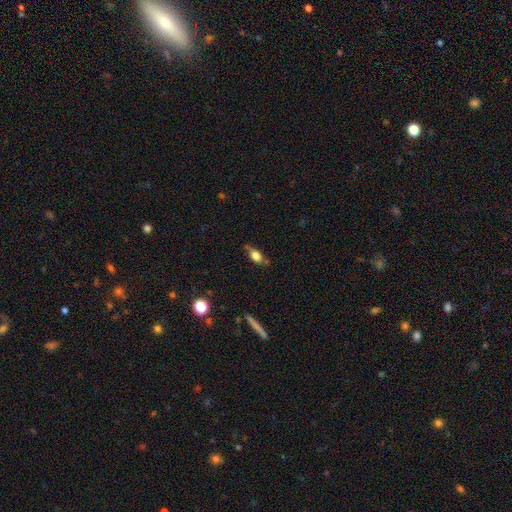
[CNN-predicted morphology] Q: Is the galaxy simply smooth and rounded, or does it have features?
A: smooth — 66%.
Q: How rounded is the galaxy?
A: in between — 74%.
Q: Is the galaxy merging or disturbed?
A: none — 62%.